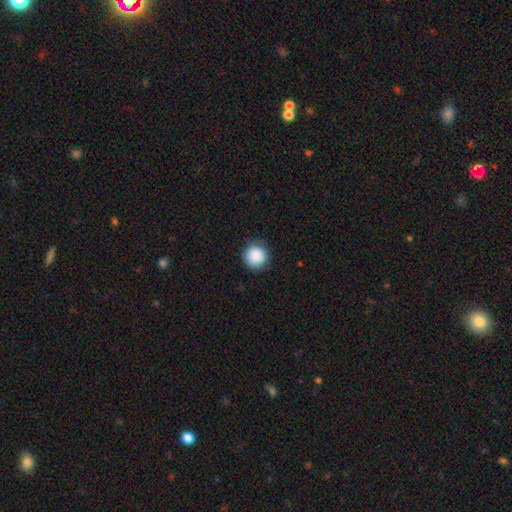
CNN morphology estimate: type=smooth (89%); roundness=round (95%); merging=none (89%).